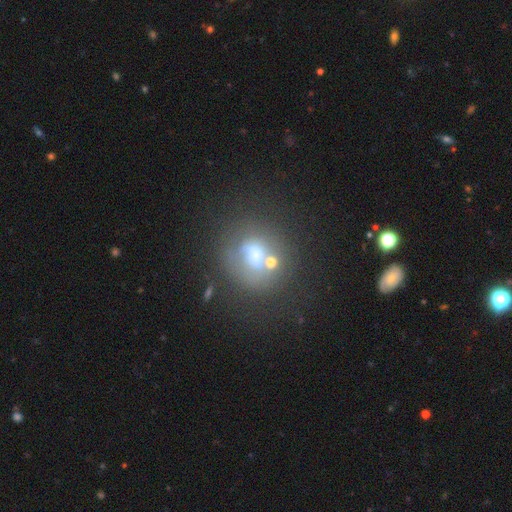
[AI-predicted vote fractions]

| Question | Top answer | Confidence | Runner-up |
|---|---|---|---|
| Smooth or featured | smooth | 48% | featured or disk (34%) |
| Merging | none | 49% | merger (18%) |